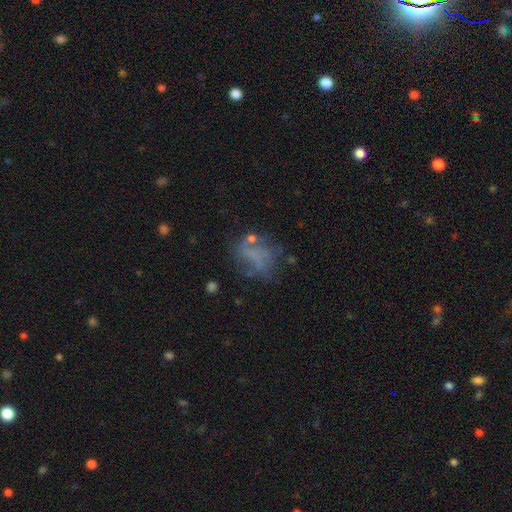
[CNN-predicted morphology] Overall: featured or disk (43%; smooth 39%). Merging: none (45%; major disturbance 27%).